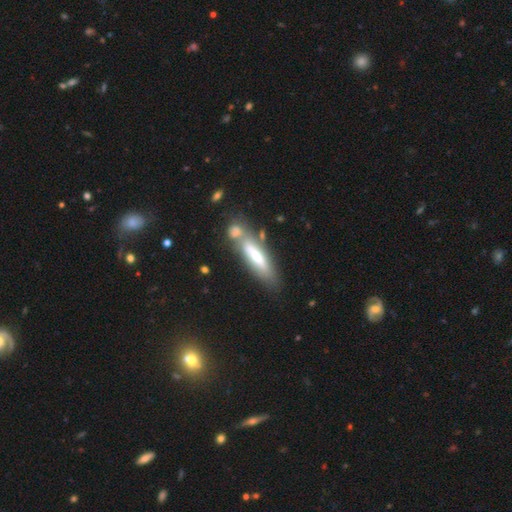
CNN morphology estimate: Q: Smooth or featured?
A: featured or disk (50%); runner-up: smooth (44%)
Q: Edge-on disk?
A: yes (57%); runner-up: no (43%)
Q: Merging?
A: none (52%); runner-up: merger (26%)